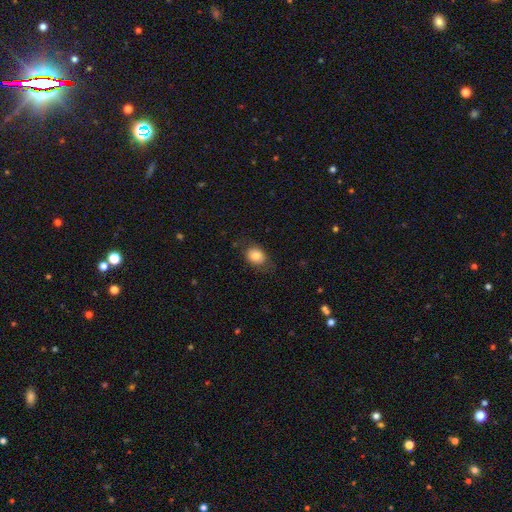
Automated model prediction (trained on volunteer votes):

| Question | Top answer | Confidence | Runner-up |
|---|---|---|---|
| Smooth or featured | smooth | 80% | featured or disk (11%) |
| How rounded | in between | 53% | round (46%) |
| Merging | none | 73% | minor disturbance (19%) |